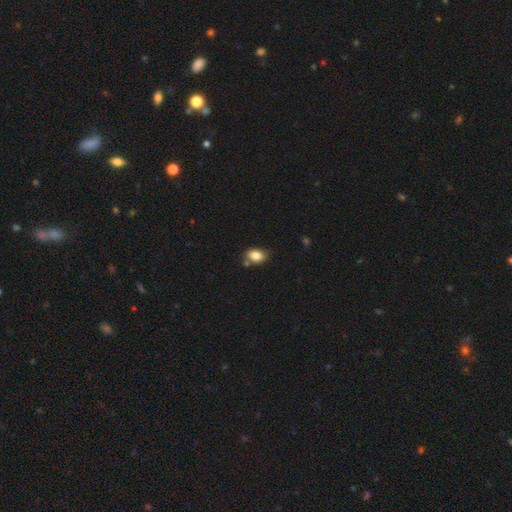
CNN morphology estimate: The model was most divided on "merging": none: 69%, minor disturbance: 18%, merger: 10%, major disturbance: 4%. More confident: smooth or featured — smooth (83%); how rounded — in between (77%).